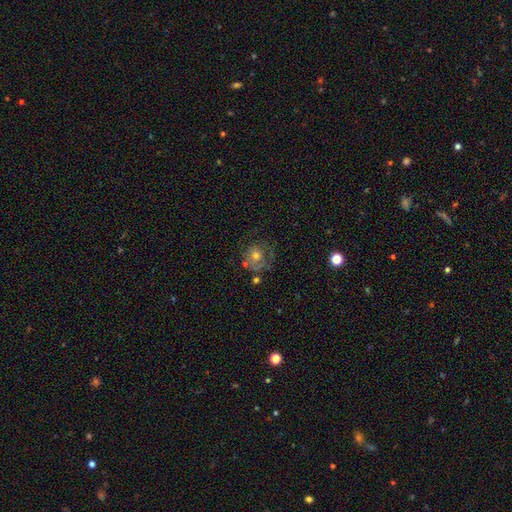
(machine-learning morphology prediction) Overall: smooth (54%; featured or disk 35%). How rounded: round (82%). Merging: none (49%; minor disturbance 22%).